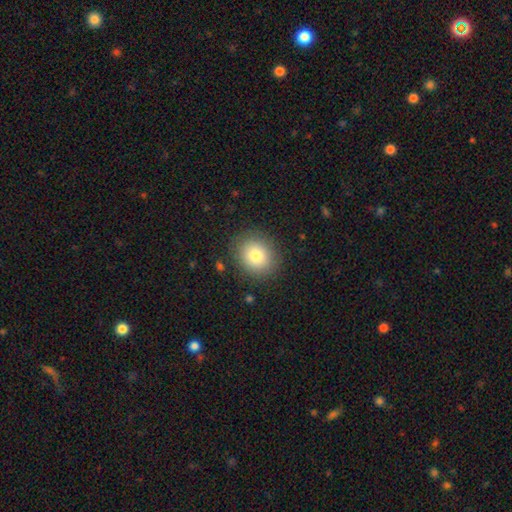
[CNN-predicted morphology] smooth-or-featured: smooth: 80% | featured or disk: 10% | star or artifact: 10%
  how-rounded: round: 74% | in between: 25% | cigar-shaped: 1%
  merging: none: 86% | minor disturbance: 9% | major disturbance: 3% | merger: 1%